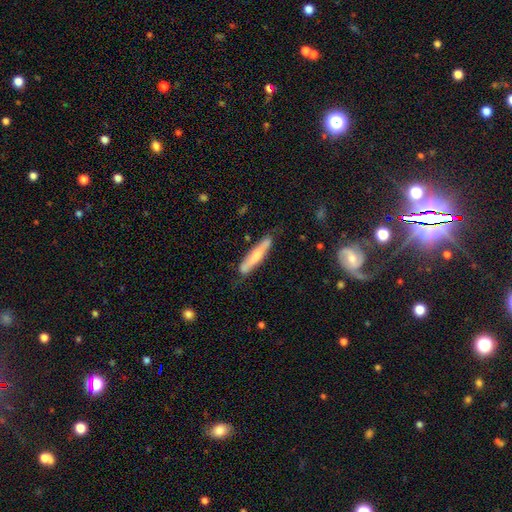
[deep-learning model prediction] Q: Smooth or featured?
A: smooth (54%); runner-up: featured or disk (40%)
Q: How rounded?
A: cigar-shaped (88%); runner-up: in between (11%)
Q: Merging?
A: none (75%); runner-up: minor disturbance (19%)